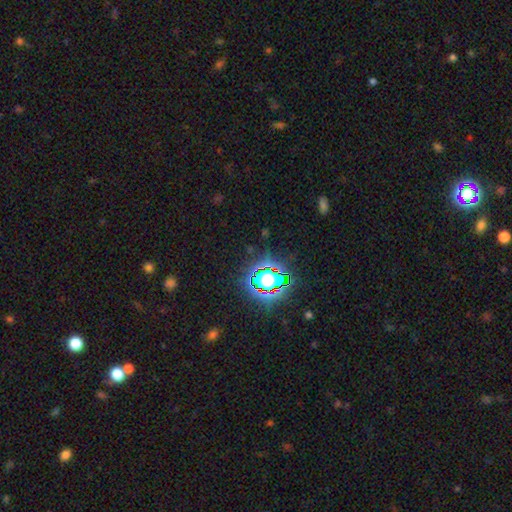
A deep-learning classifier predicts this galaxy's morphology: smooth-or-featured: star or artifact: 79% | smooth: 13% | featured or disk: 8%